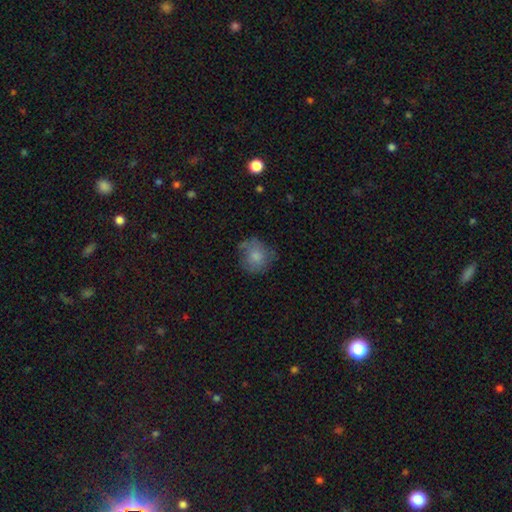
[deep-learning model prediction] This appears to be a smooth galaxy with no disk features (72%) that is round (80%). Merging: none (59%).